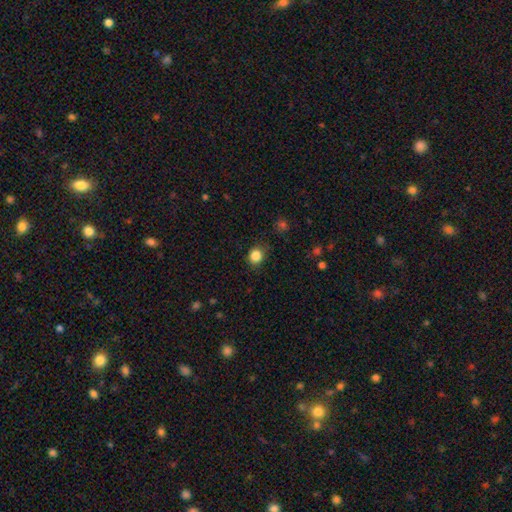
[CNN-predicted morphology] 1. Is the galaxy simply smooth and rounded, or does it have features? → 85% smooth, 11% star or artifact, 4% featured or disk.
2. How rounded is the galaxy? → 79% round, 20% in between, 1% cigar-shaped.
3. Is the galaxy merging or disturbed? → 82% none, 13% minor disturbance, 3% major disturbance, 1% merger.